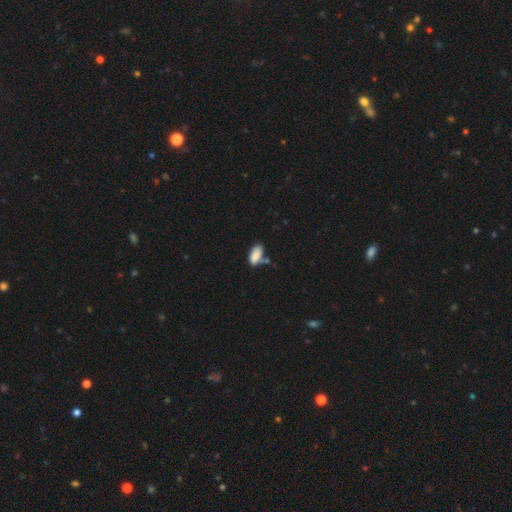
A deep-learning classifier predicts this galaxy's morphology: This appears to be a smooth galaxy with no disk features (84%) that is in between round and cigar-shaped (93%). Merging: none (48%).